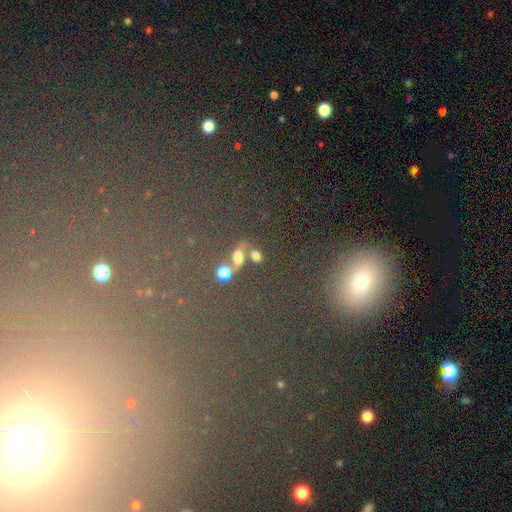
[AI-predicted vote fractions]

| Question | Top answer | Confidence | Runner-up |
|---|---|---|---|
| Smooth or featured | smooth | 62% | star or artifact (22%) |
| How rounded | in between | 64% | round (28%) |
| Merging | none | 55% | merger (23%) |